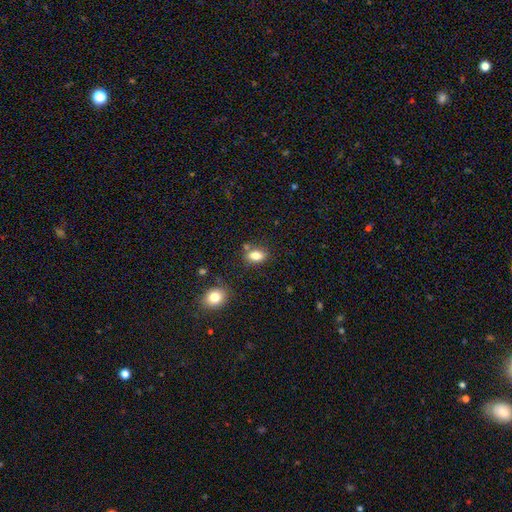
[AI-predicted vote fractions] smooth_or_featured: smooth (p=0.83) [alt: star or artifact p=0.09]
how_rounded: in between (p=0.82) [alt: round p=0.16]
merging: none (p=0.73) [alt: minor disturbance p=0.14]